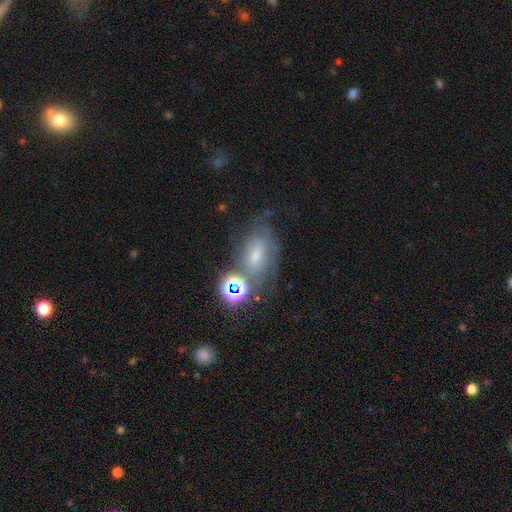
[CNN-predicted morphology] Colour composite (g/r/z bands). It shows a featured or disk galaxy (40%). Merging: none (42%).